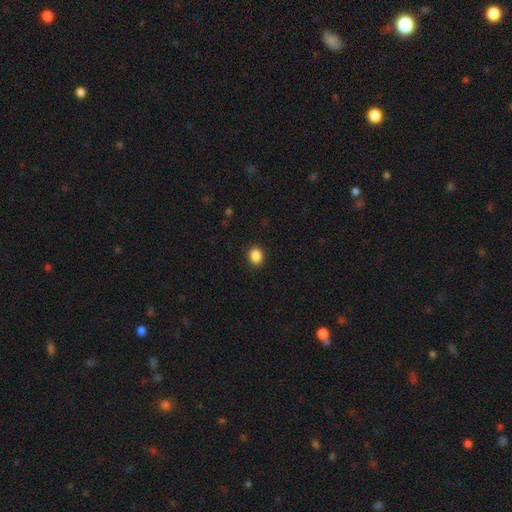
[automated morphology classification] Smooth or featured? Predicted: smooth (p=0.88). How rounded? Predicted: round (p=0.56). Merging? Predicted: none (p=0.91).